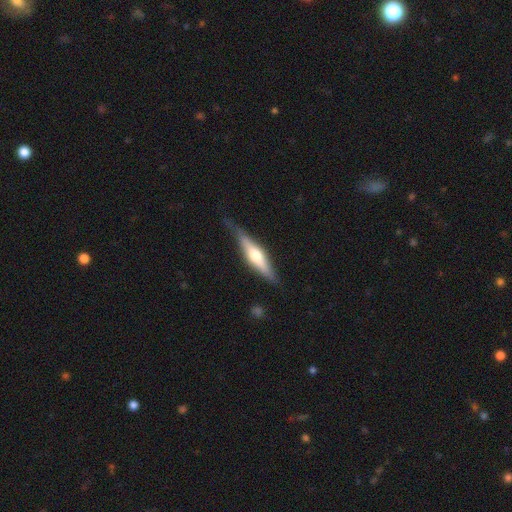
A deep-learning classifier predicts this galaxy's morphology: Overall: featured or disk (60%; smooth 34%). Edge-on disk: yes (94%). Edge-on bulge: rounded (88%). Merging: none (76%).